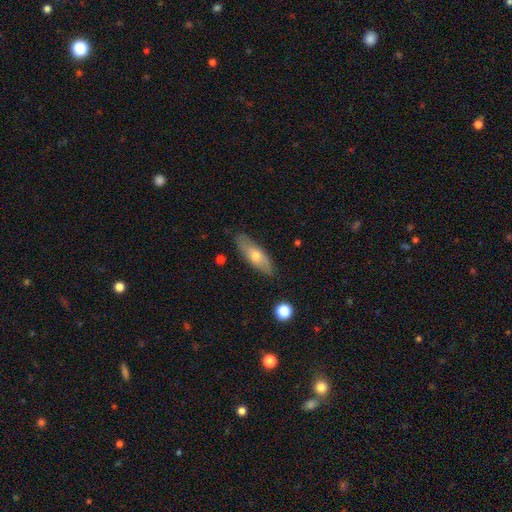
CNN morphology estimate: smooth-or-featured: smooth: 57% | featured or disk: 36% | star or artifact: 6%
  how-rounded: in between: 61% | cigar-shaped: 36% | round: 3%
  merging: none: 83% | minor disturbance: 13% | major disturbance: 2% | merger: 1%